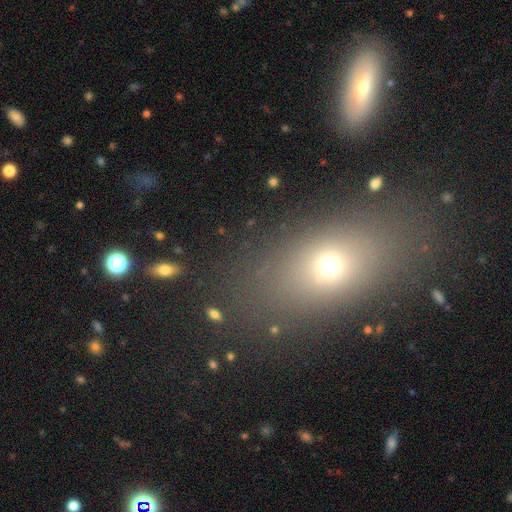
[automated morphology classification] type=smooth (61%); roundness=in between (67%); merging=none (80%).